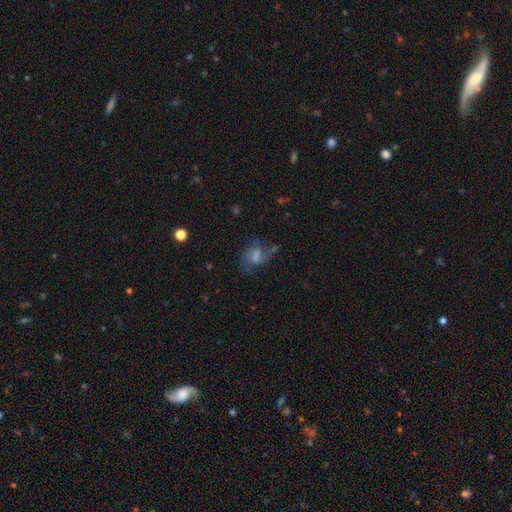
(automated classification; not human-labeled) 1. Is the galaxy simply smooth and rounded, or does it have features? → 49% featured or disk, 40% smooth, 12% star or artifact.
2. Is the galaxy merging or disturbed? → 41% none, 31% major disturbance, 24% minor disturbance, 4% merger.